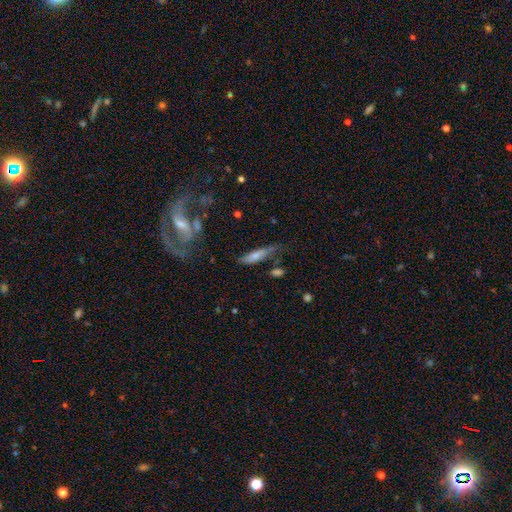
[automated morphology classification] This appears to be a smooth galaxy with no disk features (62%) that is cigar-shaped (60%). Merging: none (46%).